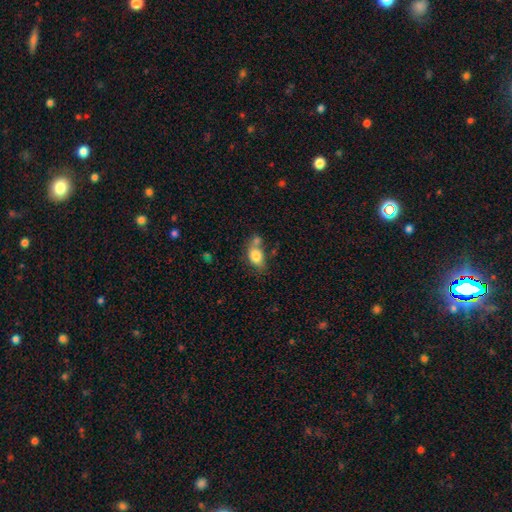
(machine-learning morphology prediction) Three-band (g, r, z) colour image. It shows a smooth galaxy with no disk features (80%) that is in between round and cigar-shaped (78%). Merging: none (39%).